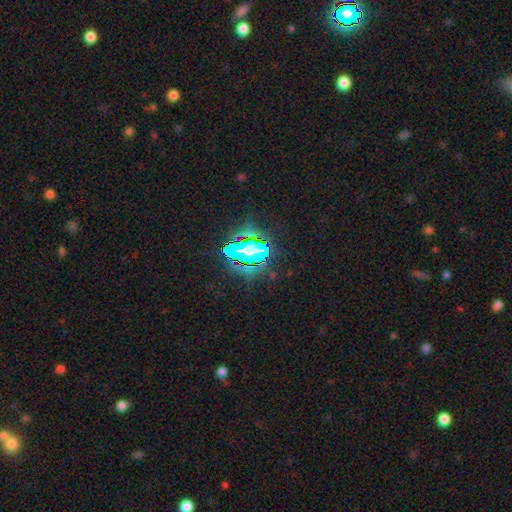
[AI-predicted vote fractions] The model was most divided on "smooth or featured": star or artifact: 66%, smooth: 19%, featured or disk: 15%.